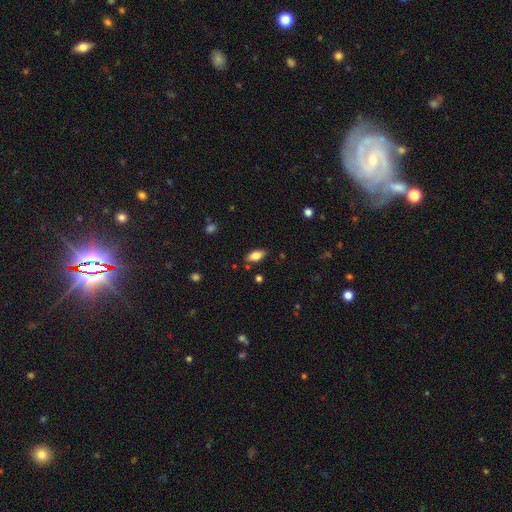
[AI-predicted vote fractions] Overall: smooth (80%). How rounded: in between (89%). Merging: none (84%).